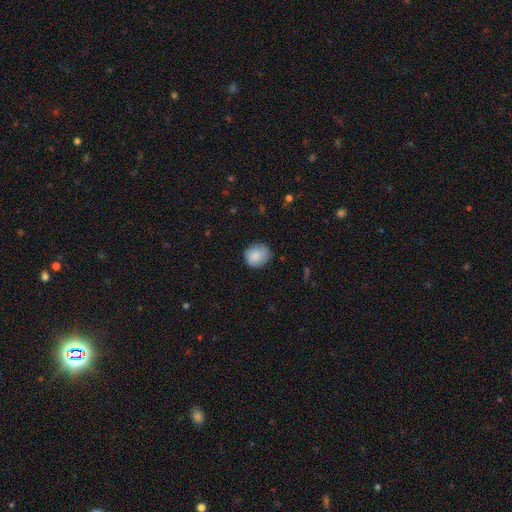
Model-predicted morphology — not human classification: Smooth or featured? Predicted: smooth (p=0.84). How rounded? Predicted: round (p=0.82). Merging? Predicted: none (p=0.78).